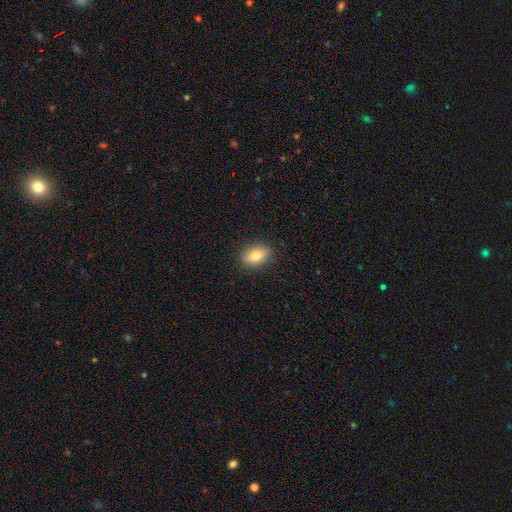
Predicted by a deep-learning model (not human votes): Smooth or featured? smooth (77%)
How rounded? in between (82%)
Merging? none (89%)